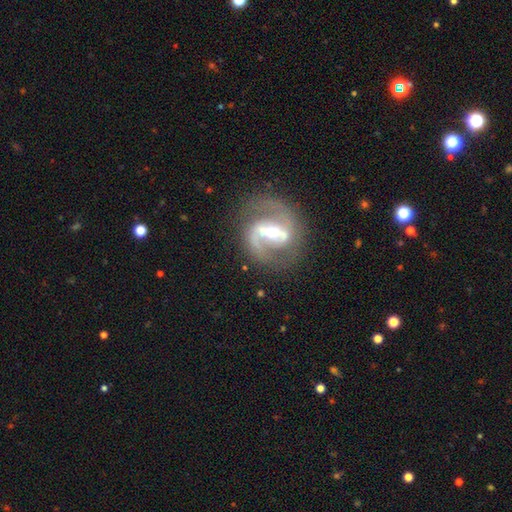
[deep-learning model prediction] Q: Smooth or featured?
A: featured or disk (88%); runner-up: smooth (6%)
Q: Edge-on disk?
A: no (96%); runner-up: yes (4%)
Q: Bar?
A: strong (58%); runner-up: weak (28%)
Q: Spiral arms?
A: yes (94%); runner-up: no (6%)
Q: Spiral winding?
A: medium (55%); runner-up: tight (24%)
Q: Spiral arm count?
A: 2 (89%); runner-up: can't tell (4%)
Q: Bulge size?
A: small (51%); runner-up: moderate (44%)
Q: Merging?
A: none (77%); runner-up: minor disturbance (12%)